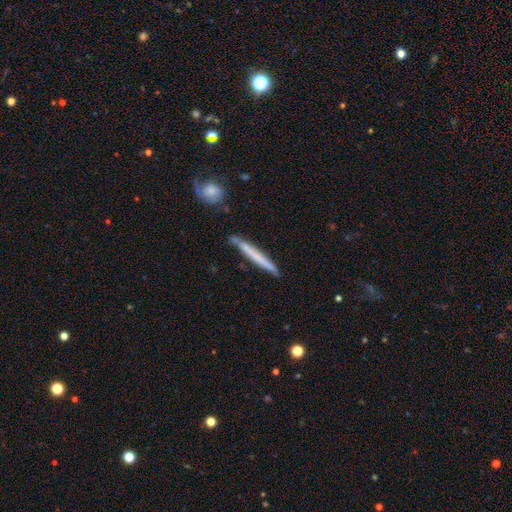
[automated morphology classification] type=smooth (56%); roundness=cigar-shaped (97%); merging=none (83%).